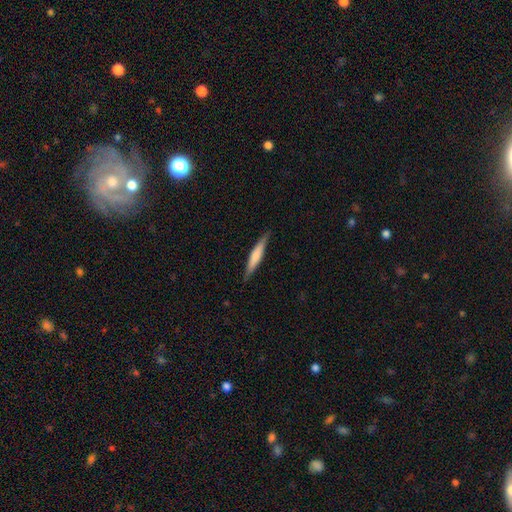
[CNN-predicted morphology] smooth_or_featured: smooth (p=0.61) [alt: featured or disk p=0.34]
how_rounded: cigar-shaped (p=0.90) [alt: in between p=0.08]
merging: none (p=0.87) [alt: minor disturbance p=0.10]